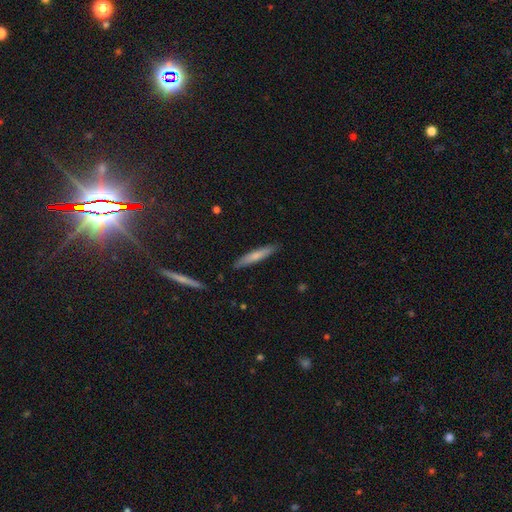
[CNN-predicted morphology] smooth 68%, featured or disk 26%, star or artifact 6%. Down the decision tree: how rounded — cigar-shaped (92%); merging — none (89%).